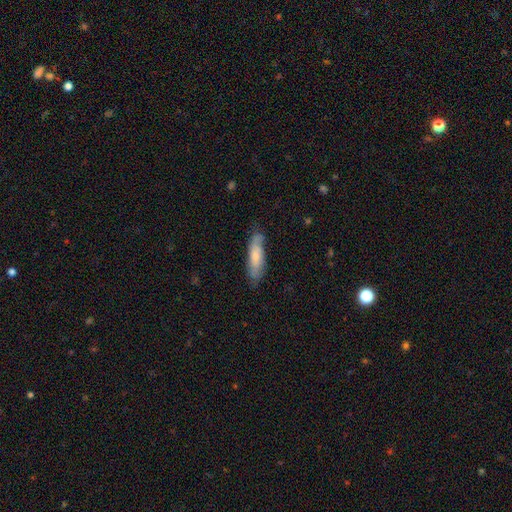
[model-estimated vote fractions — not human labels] Smooth or featured? smooth (62%)
How rounded? cigar-shaped (59%)
Merging? none (70%)